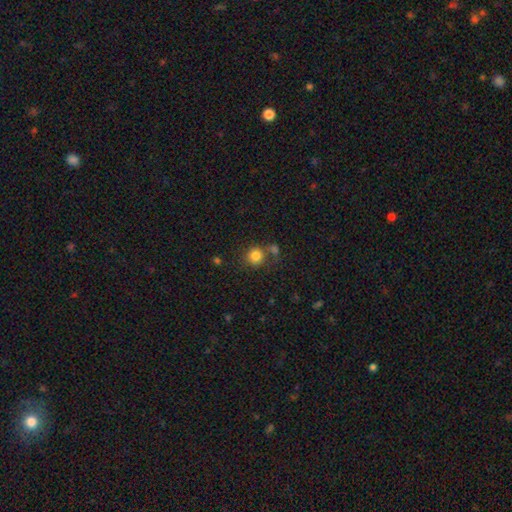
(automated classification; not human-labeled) Smooth or featured?
  - smooth: 82% *
  - star or artifact: 11%
  - featured or disk: 7%
How rounded?
  - round: 87% *
  - in between: 12%
  - cigar-shaped: 1%
Merging?
  - none: 65% *
  - merger: 17%
  - minor disturbance: 12%
  - major disturbance: 6%